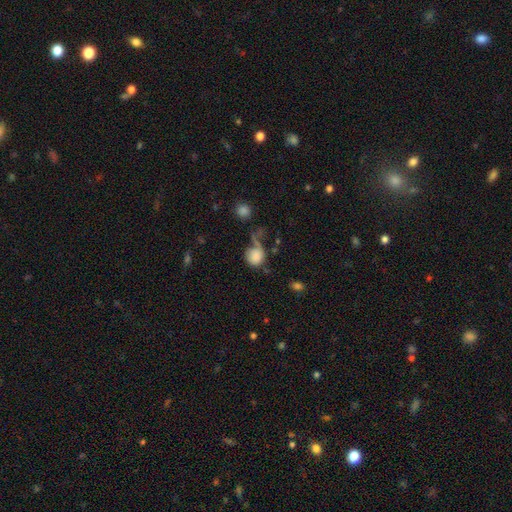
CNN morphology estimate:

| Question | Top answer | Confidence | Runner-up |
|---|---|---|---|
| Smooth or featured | smooth | 82% | star or artifact (9%) |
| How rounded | round | 76% | in between (23%) |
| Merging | none | 36% | major disturbance (25%) |